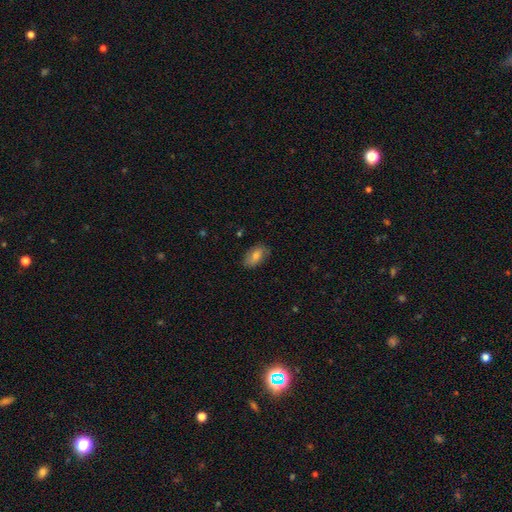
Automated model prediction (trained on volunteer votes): A smooth galaxy with no disk features (71%) that is in between round and cigar-shaped (90%). Merging: none (81%).